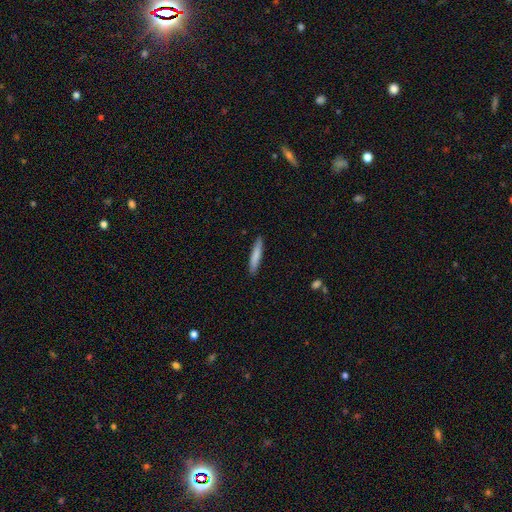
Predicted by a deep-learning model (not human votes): A smooth galaxy with no disk features (80%) that is cigar-shaped (92%). Merging: none (89%).